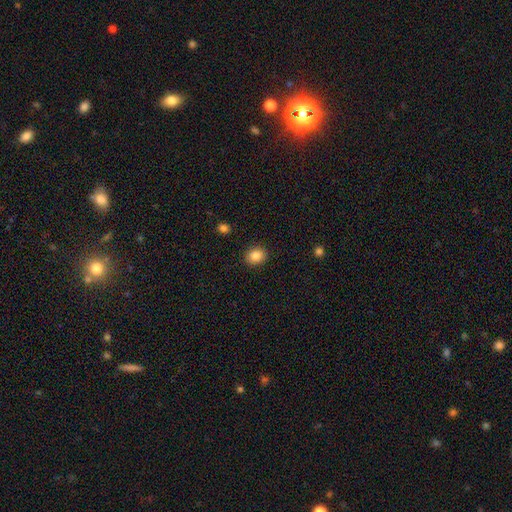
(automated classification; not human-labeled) This is clearly a smooth galaxy (85%). How rounded: likely round (62%). Merging: clearly none (91%).